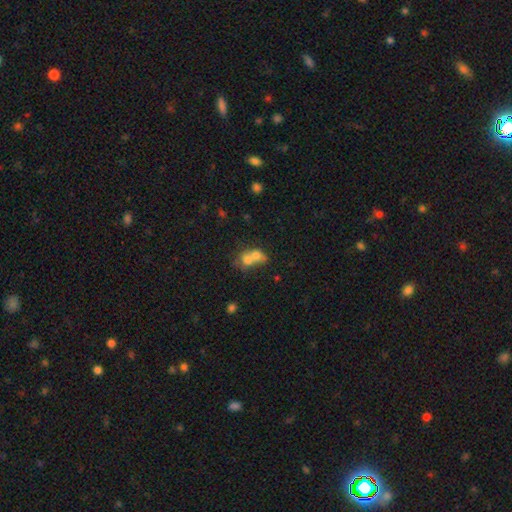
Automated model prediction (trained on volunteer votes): Overall: smooth (64%; featured or disk 25%). How rounded: round (53%; in between 46%). Merging: merger (70%).